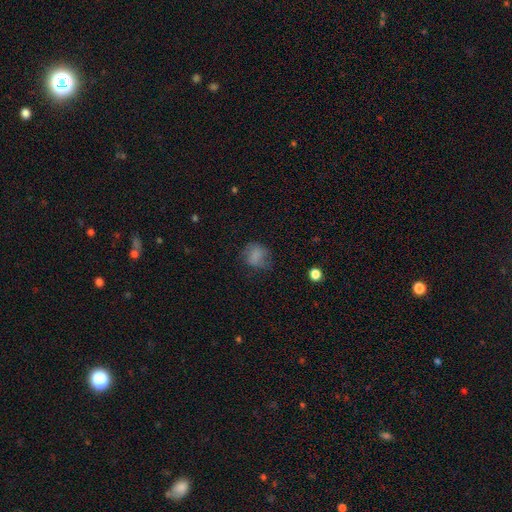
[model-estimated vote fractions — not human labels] A smooth galaxy with no disk features (75%) that is round (69%).

Vote fractions:
- Smooth or featured? smooth: 75% / featured or disk: 13% / star or artifact: 12%
- How rounded? round: 69% / in between: 30% / cigar-shaped: 1%
- Merging? none: 60% / minor disturbance: 25% / major disturbance: 14% / merger: 2%